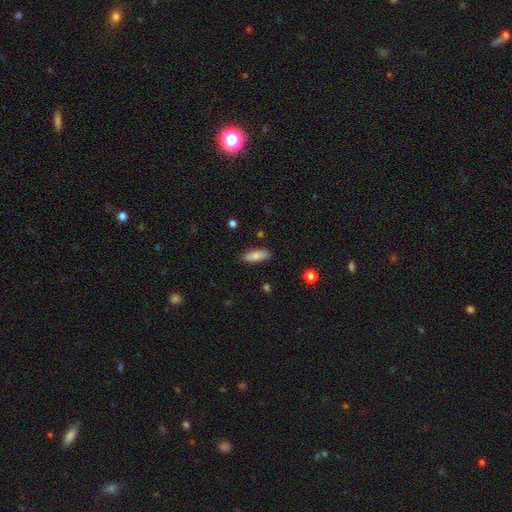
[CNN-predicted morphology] This appears to be a smooth galaxy with no disk features (81%) that is in between round and cigar-shaped (64%). Merging: none (86%).